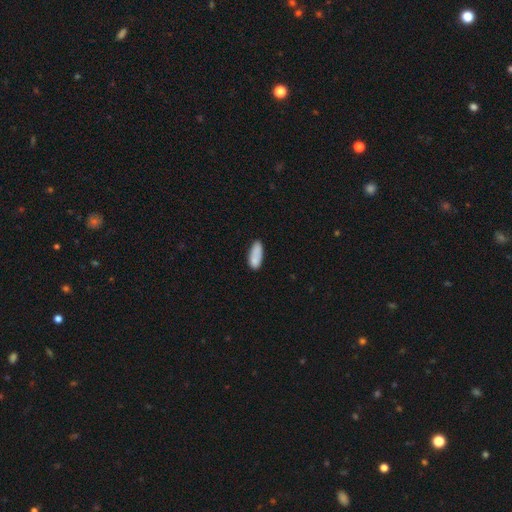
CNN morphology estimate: Q: Smooth or featured?
A: smooth (84%); runner-up: featured or disk (9%)
Q: How rounded?
A: in between (76%); runner-up: cigar-shaped (22%)
Q: Merging?
A: none (68%); runner-up: minor disturbance (21%)